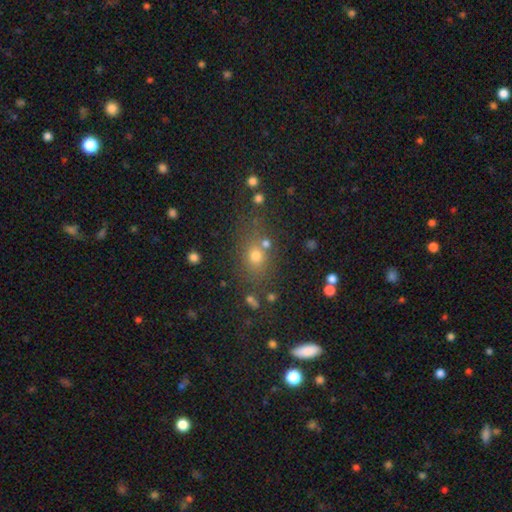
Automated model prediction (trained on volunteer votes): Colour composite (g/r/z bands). It shows a smooth galaxy with no disk features (66%) that is round (55%). Merging: none (69%).